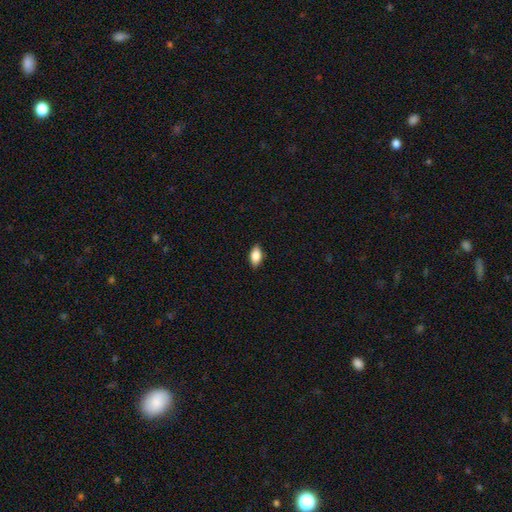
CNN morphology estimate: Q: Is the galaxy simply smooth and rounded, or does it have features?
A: smooth — 84%.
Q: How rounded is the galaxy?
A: in between — 90%.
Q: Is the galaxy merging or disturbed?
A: none — 87%.